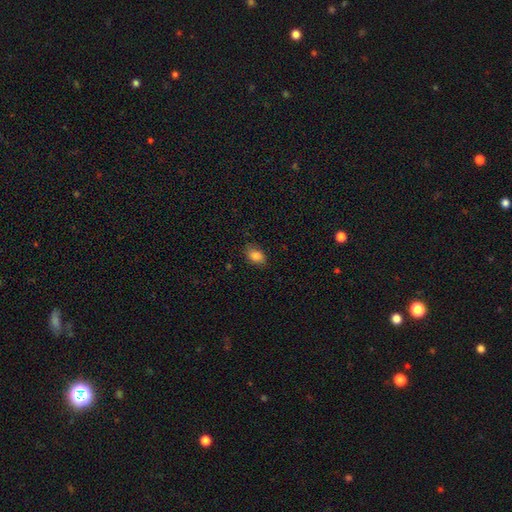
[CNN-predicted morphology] Q: Smooth or featured?
A: smooth (85%); runner-up: star or artifact (9%)
Q: How rounded?
A: in between (82%); runner-up: round (16%)
Q: Merging?
A: none (78%); runner-up: minor disturbance (17%)